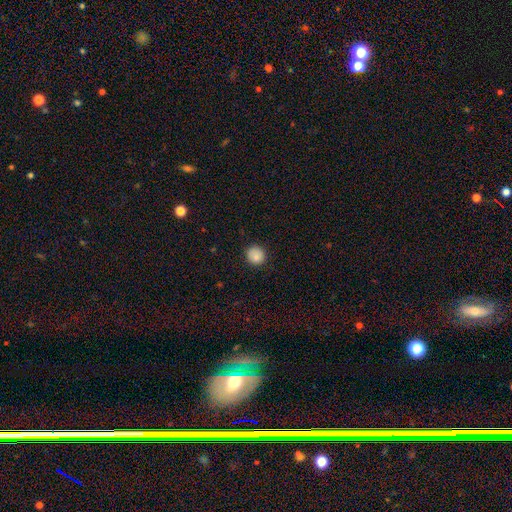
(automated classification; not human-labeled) A smooth galaxy with no disk features (86%) that is round (91%).

Vote fractions:
- Smooth or featured? smooth: 86% / star or artifact: 10% / featured or disk: 5%
- How rounded? round: 91% / in between: 8% / cigar-shaped: 1%
- Merging? none: 87% / minor disturbance: 9% / major disturbance: 2% / merger: 1%